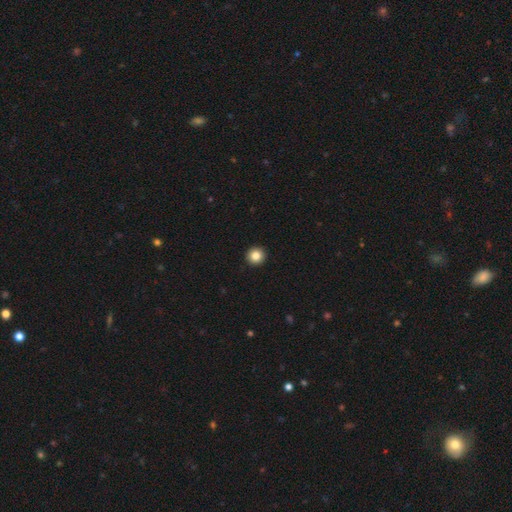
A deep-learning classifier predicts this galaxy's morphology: Q: Smooth or featured?
A: smooth (84%); runner-up: star or artifact (10%)
Q: How rounded?
A: round (95%); runner-up: in between (4%)
Q: Merging?
A: none (94%); runner-up: minor disturbance (4%)